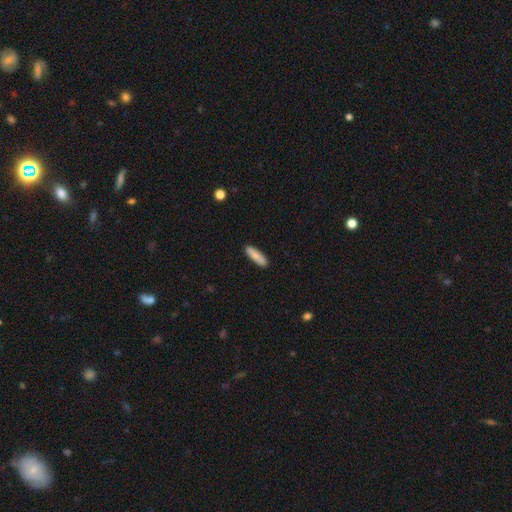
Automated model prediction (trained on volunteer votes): A smooth galaxy with no disk features (80%) that is cigar-shaped (65%). Merging: none (88%).